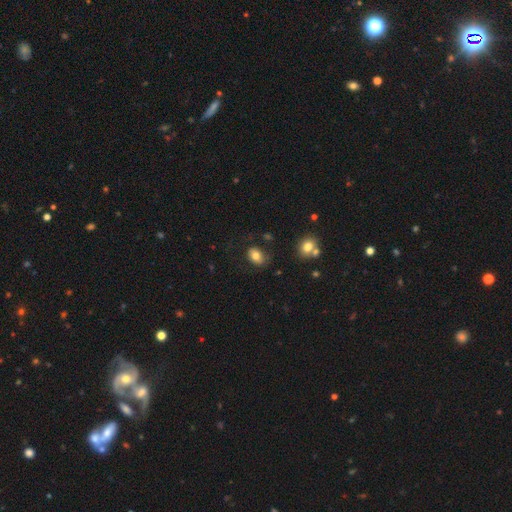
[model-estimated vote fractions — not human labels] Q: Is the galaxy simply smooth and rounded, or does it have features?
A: smooth — 79%.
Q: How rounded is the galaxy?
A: in between — 74%.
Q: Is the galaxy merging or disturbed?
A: none — 72%.